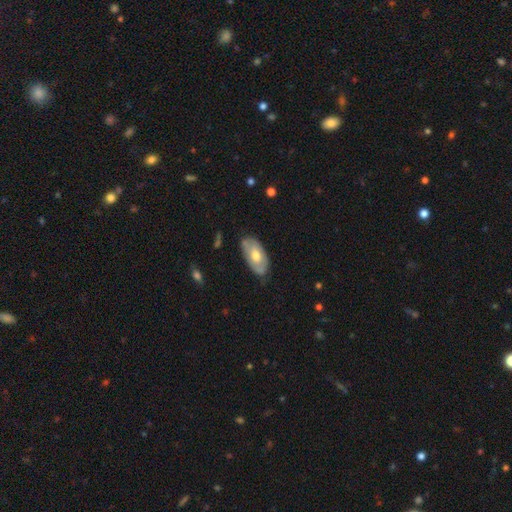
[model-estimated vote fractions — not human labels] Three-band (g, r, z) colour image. It shows a smooth galaxy with no disk features (49%). Merging: none (73%).